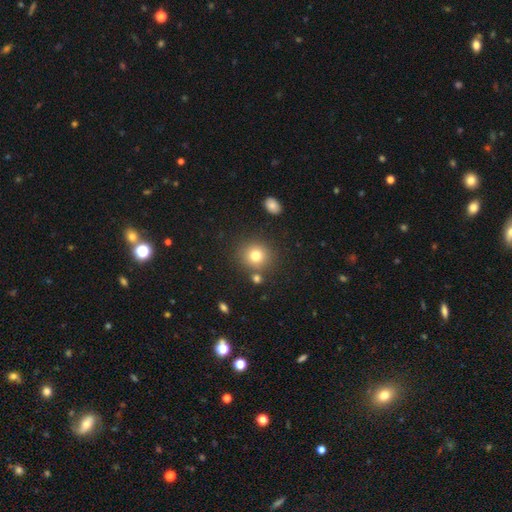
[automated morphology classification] Smooth or featured? smooth (78%)
How rounded? round (87%)
Merging? none (80%)